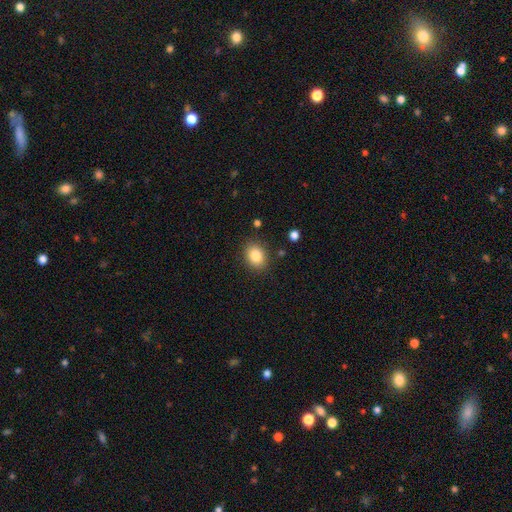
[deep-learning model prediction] smooth_or_featured: smooth (p=0.84) [alt: star or artifact p=0.09]
how_rounded: in between (p=0.53) [alt: round p=0.46]
merging: none (p=0.86) [alt: minor disturbance p=0.10]